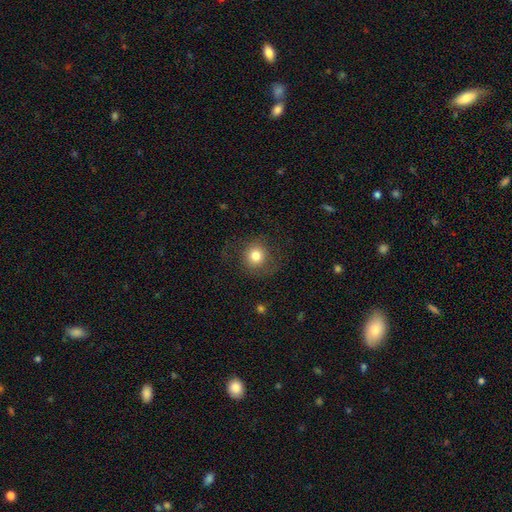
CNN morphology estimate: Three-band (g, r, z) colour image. It shows a smooth galaxy with no disk features (76%) that is round (90%). Merging: none (75%).